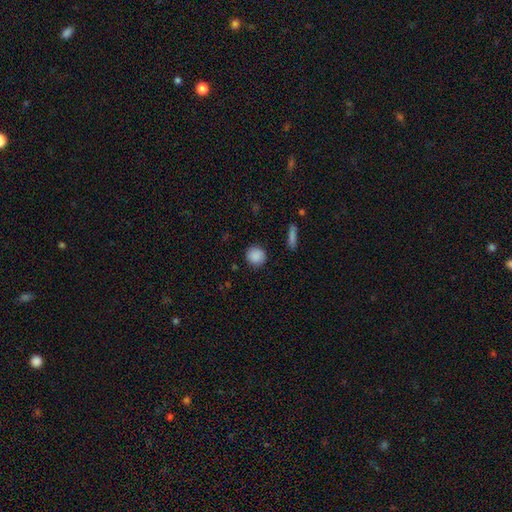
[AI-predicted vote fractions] This is clearly a smooth galaxy (88%). How rounded: clearly round (91%). Merging: clearly none (89%).